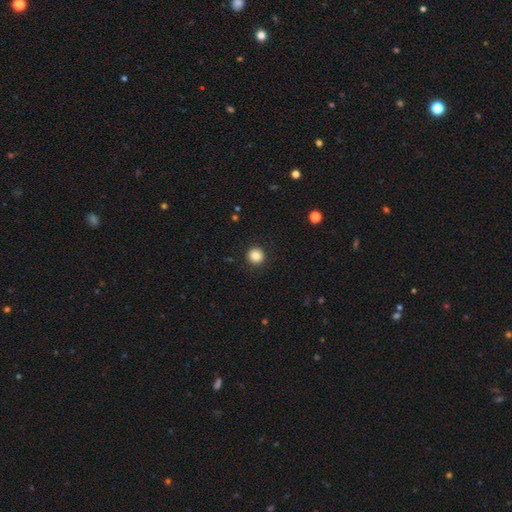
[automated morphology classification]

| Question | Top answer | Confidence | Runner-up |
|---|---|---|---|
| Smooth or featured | smooth | 86% | star or artifact (10%) |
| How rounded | round | 94% | in between (5%) |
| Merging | none | 92% | minor disturbance (5%) |